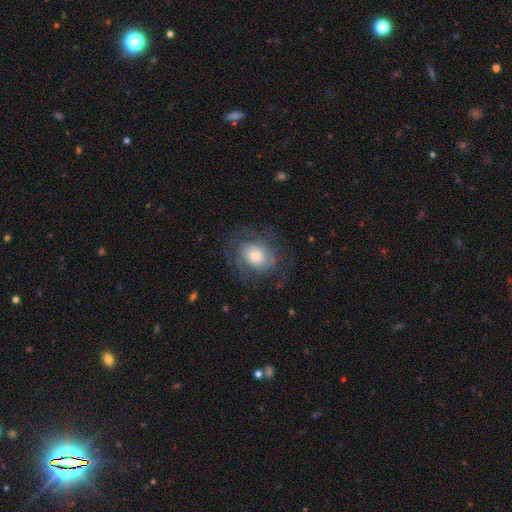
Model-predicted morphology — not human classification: Smooth or featured?
  - featured or disk: 55% *
  - smooth: 36%
  - star or artifact: 9%
Edge-on disk?
  - no: 96% *
  - yes: 4%
Bar?
  - no: 80% *
  - weak: 16%
  - strong: 3%
Spiral arms?
  - yes: 77% *
  - no: 23%
Bulge size?
  - moderate: 43% *
  - small: 26%
  - large: 24%
  - dominant: 4%
  - none: 2%
Merging?
  - none: 66% *
  - minor disturbance: 18%
  - major disturbance: 15%
  - merger: 1%